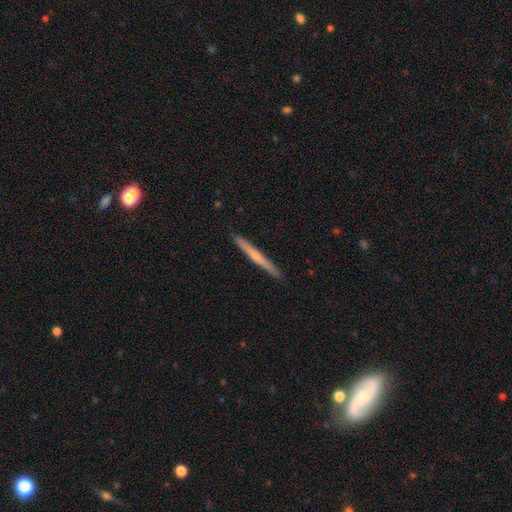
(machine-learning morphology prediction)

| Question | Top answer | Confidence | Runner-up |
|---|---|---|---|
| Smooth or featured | featured or disk | 48% | smooth (46%) |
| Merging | none | 92% | minor disturbance (6%) |